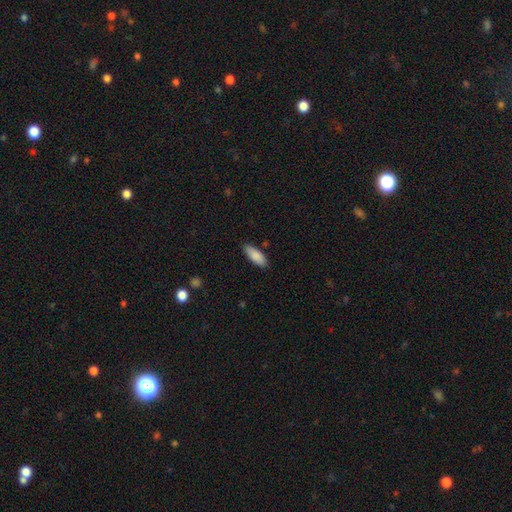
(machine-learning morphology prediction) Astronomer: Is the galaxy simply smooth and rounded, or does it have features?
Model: smooth — 88%.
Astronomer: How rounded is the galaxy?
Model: in between — 76%.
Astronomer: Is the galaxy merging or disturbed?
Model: none — 86%.